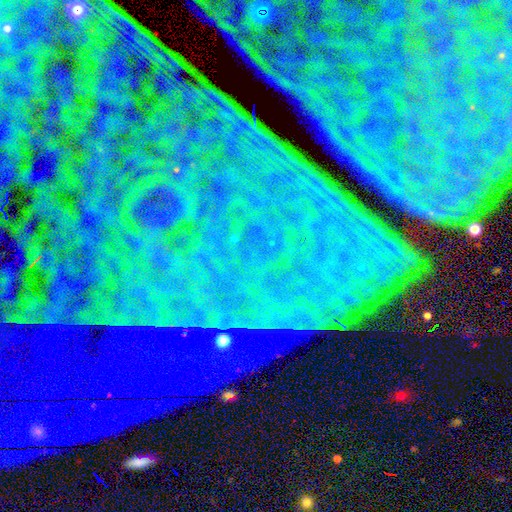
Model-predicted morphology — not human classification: This is clearly a star or artifact rather than a galaxy (87%).